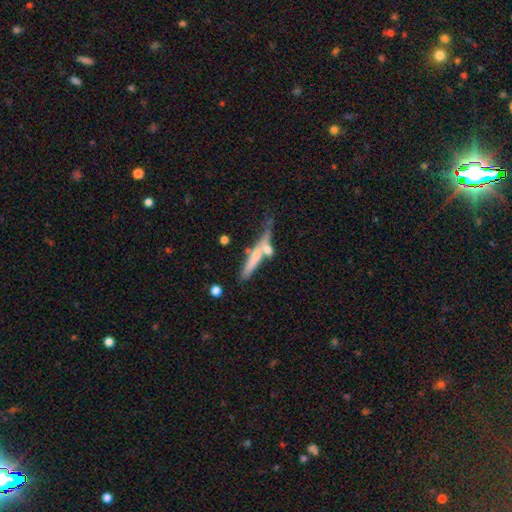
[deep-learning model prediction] featured or disk 48%, smooth 45%, star or artifact 8%. Down the decision tree: merging — none (47%).